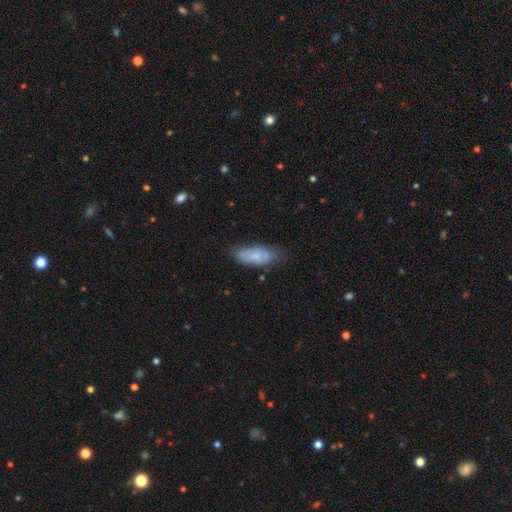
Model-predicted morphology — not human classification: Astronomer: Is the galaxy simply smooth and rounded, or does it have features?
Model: smooth — 69%.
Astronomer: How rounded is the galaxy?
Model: in between — 80%.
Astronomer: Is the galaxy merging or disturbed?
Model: none — 71%.